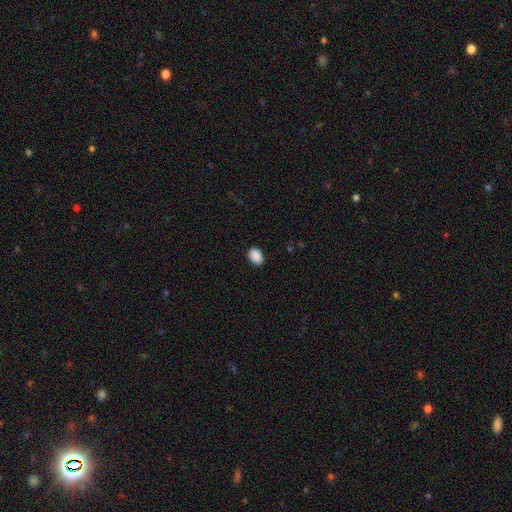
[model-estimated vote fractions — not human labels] This appears to be a smooth galaxy with no disk features (90%) that is in between round and cigar-shaped (77%). Merging: none (88%).